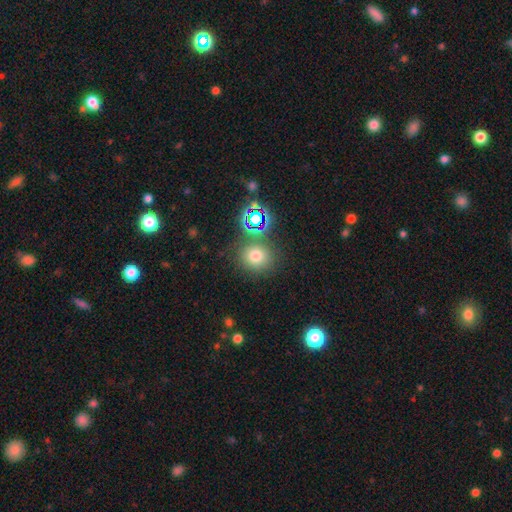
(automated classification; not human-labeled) Smooth or featured? Predicted: smooth (p=0.69). How rounded? Predicted: round (p=0.83). Merging? Predicted: none (p=0.75).